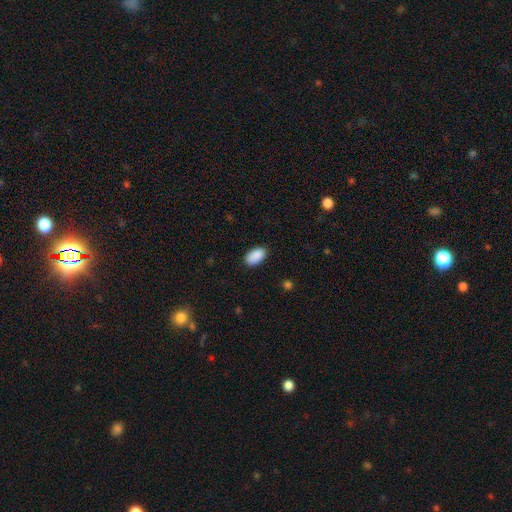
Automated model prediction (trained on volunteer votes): A smooth galaxy with no disk features (90%) that is in between round and cigar-shaped (95%). Merging: none (86%).